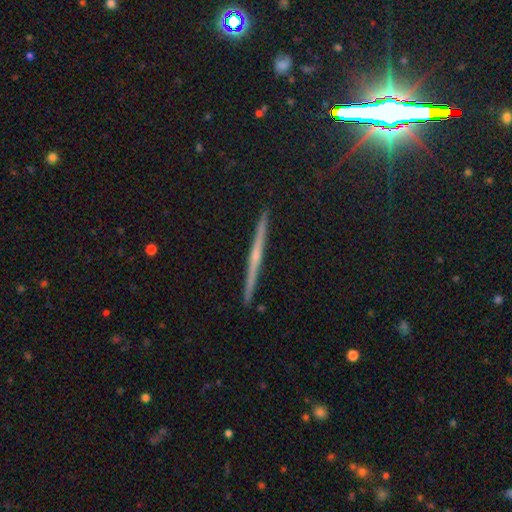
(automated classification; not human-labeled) Overall: featured or disk (66%). Edge-on disk: yes (98%). Edge-on bulge: none (47%; rounded 45%). Merging: none (92%).